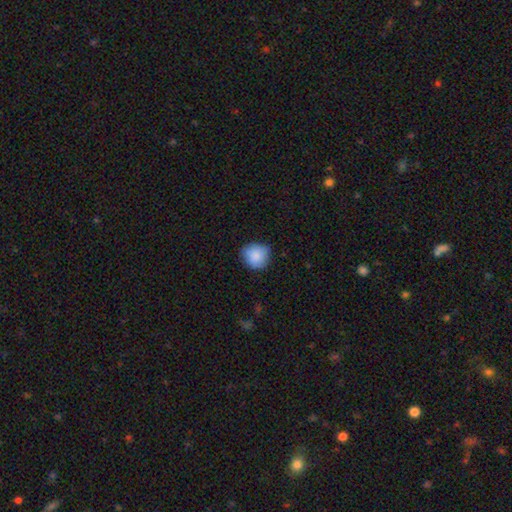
This is clearly a smooth galaxy (86%). How rounded: clearly round (88%). Merging: possibly none (57%).